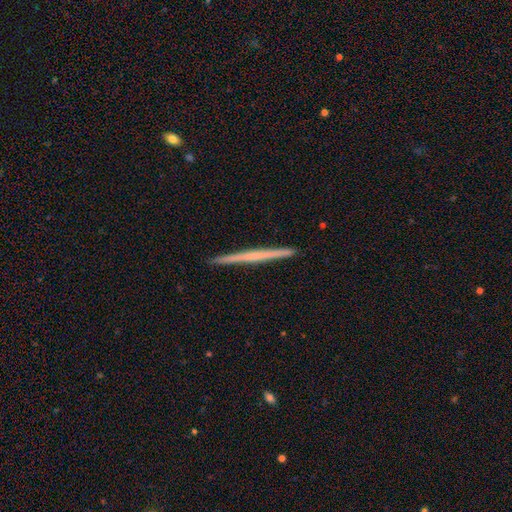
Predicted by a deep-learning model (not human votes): A featured or disk galaxy (56%) viewed edge-on (98%) with no central bulge (85%). Merging: none (93%).